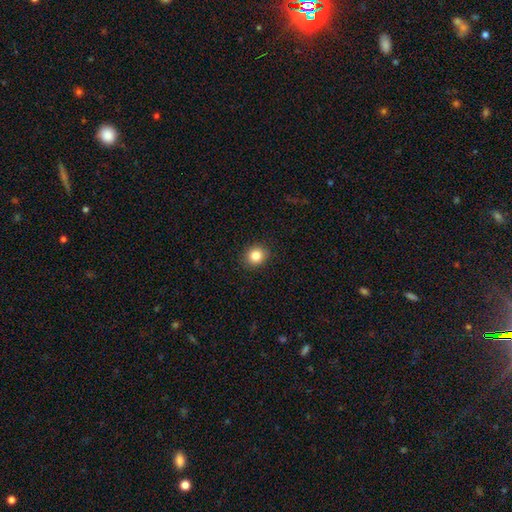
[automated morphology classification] A smooth galaxy with no disk features (84%) that is round (78%). Merging: none (91%).